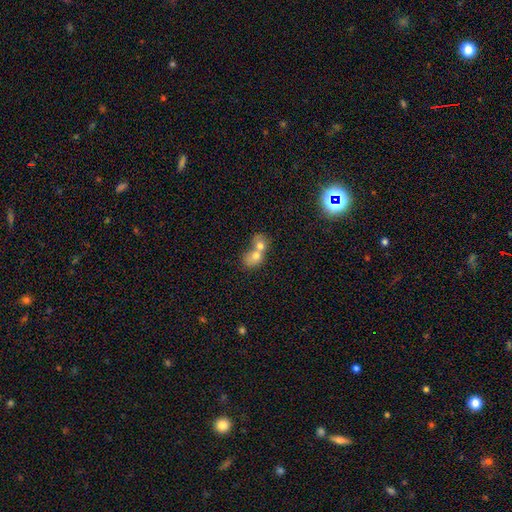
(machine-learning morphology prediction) smooth_or_featured: smooth (p=0.69) [alt: featured or disk p=0.21]
how_rounded: round (p=0.54) [alt: in between p=0.44]
merging: merger (p=0.77) [alt: none p=0.15]